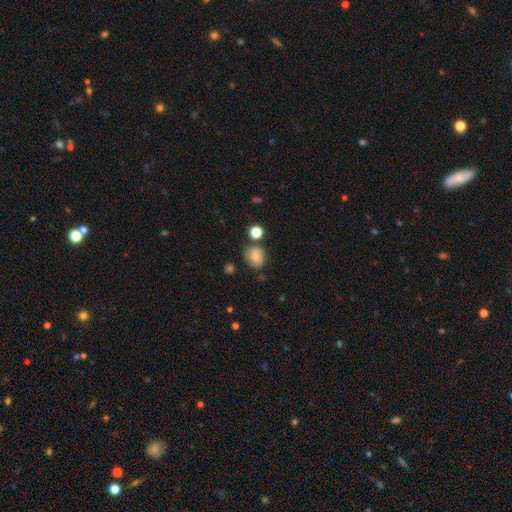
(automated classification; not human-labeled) This appears to be a smooth galaxy with no disk features (79%) that is round (66%). Merging: none (69%).